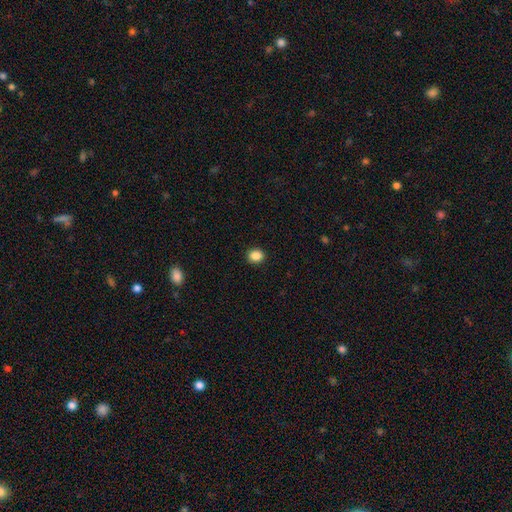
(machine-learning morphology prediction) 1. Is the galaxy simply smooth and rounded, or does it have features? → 87% smooth, 10% star or artifact, 3% featured or disk.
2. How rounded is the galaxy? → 71% round, 28% in between, 1% cigar-shaped.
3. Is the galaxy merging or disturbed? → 91% none, 6% minor disturbance, 2% major disturbance, 1% merger.